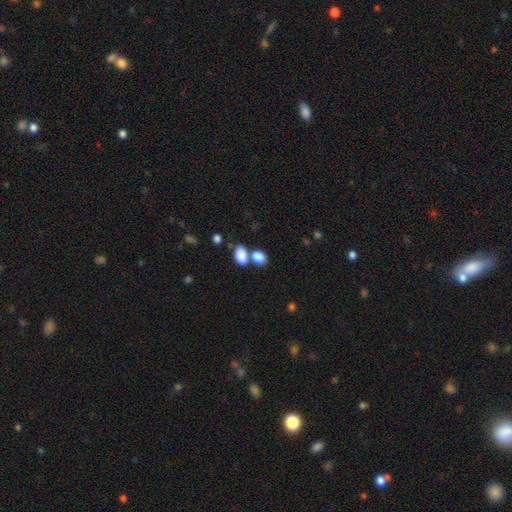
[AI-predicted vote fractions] Q: Smooth or featured?
A: smooth (86%); runner-up: star or artifact (8%)
Q: How rounded?
A: in between (80%); runner-up: round (18%)
Q: Merging?
A: merger (47%); runner-up: none (39%)